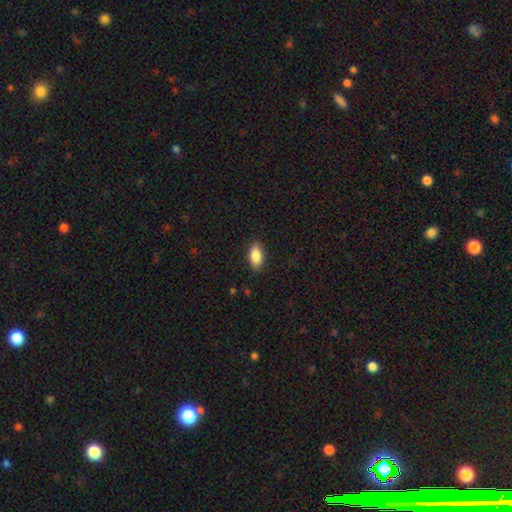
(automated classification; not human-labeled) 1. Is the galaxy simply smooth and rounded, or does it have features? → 86% smooth, 7% star or artifact, 7% featured or disk.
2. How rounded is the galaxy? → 90% in between, 7% cigar-shaped, 3% round.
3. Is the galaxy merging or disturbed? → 88% none, 9% minor disturbance, 2% major disturbance, 1% merger.